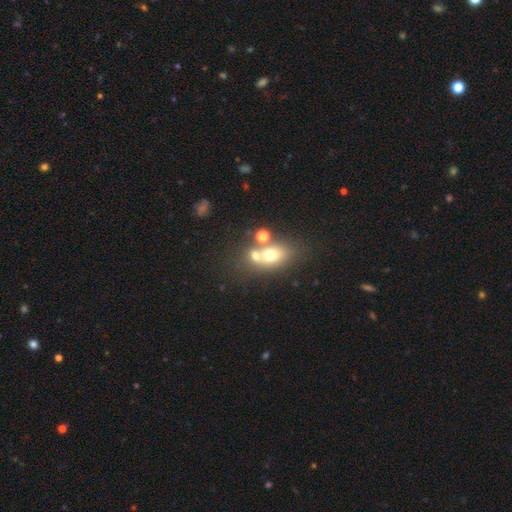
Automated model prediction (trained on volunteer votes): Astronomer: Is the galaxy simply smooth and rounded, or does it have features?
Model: smooth — 63%.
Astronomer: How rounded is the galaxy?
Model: in between — 58% (runner-up: round, 40%).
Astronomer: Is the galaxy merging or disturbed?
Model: merger — 44% (runner-up: none, 40%).